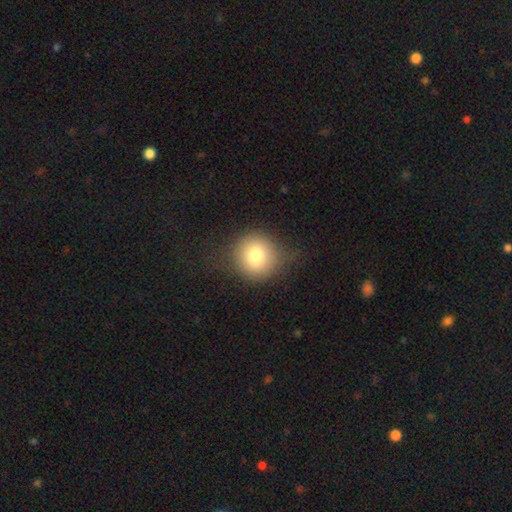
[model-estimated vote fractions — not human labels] Smooth or featured? Predicted: smooth (p=0.77). How rounded? Predicted: round (p=0.92). Merging? Predicted: none (p=0.75).